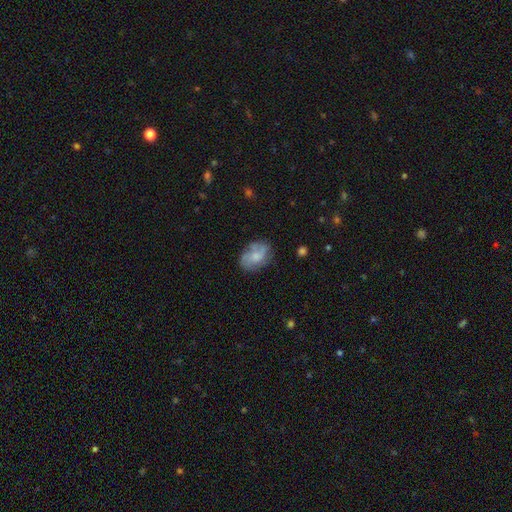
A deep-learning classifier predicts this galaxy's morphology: smooth 51%, featured or disk 40%, star or artifact 8%. Down the decision tree: how rounded — in between (76%); merging — none (59%).